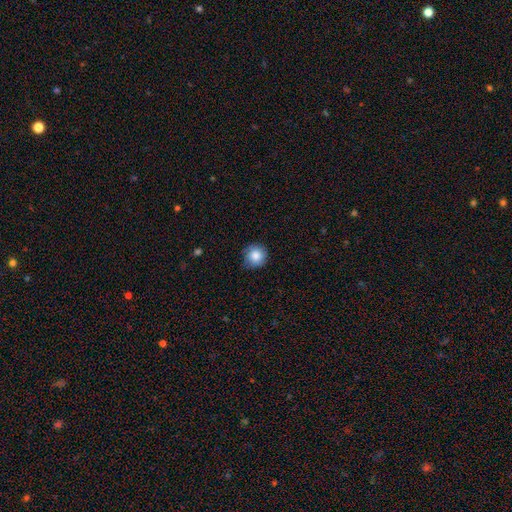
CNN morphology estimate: A smooth galaxy with no disk features (84%) that is round (93%).

Vote fractions:
- Smooth or featured? smooth: 84% / star or artifact: 9% / featured or disk: 8%
- How rounded? round: 93% / in between: 6% / cigar-shaped: 1%
- Merging? none: 77% / minor disturbance: 19% / major disturbance: 3% / merger: 1%